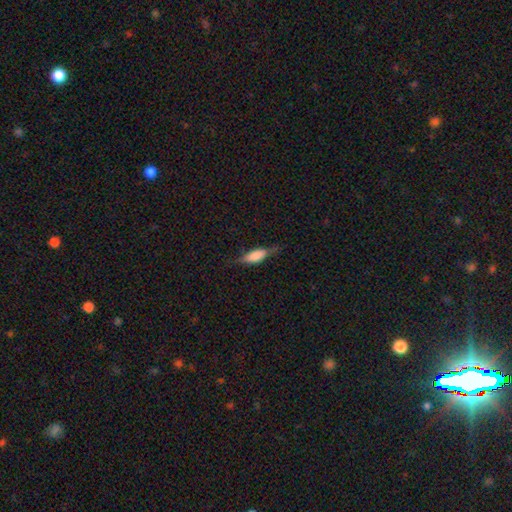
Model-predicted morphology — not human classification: smooth-or-featured: smooth: 62% | featured or disk: 31% | star or artifact: 8%
  how-rounded: in between: 57% | cigar-shaped: 40% | round: 3%
  merging: none: 68% | minor disturbance: 23% | major disturbance: 7% | merger: 1%